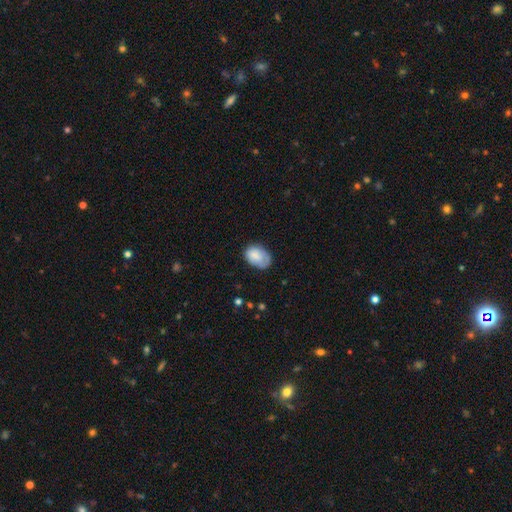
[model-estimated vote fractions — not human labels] A smooth galaxy with no disk features (76%) that is in between round and cigar-shaped (85%).

Vote fractions:
- Smooth or featured? smooth: 76% / featured or disk: 17% / star or artifact: 7%
- How rounded? in between: 85% / round: 14% / cigar-shaped: 1%
- Merging? none: 58% / minor disturbance: 31% / major disturbance: 10% / merger: 2%